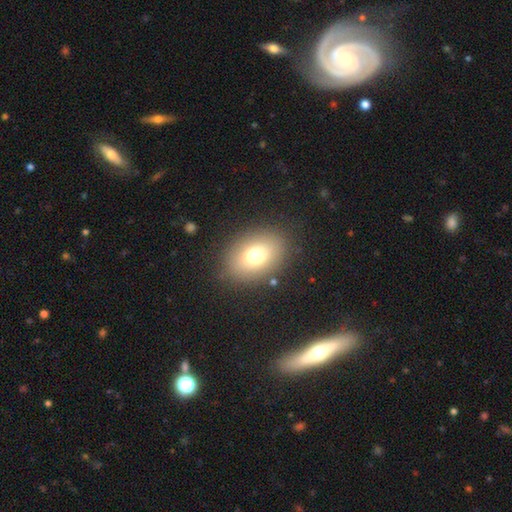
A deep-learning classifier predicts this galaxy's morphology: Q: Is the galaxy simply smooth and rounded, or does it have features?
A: smooth — 76%.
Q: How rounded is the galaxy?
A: in between — 77%.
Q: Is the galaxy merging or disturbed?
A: none — 85%.